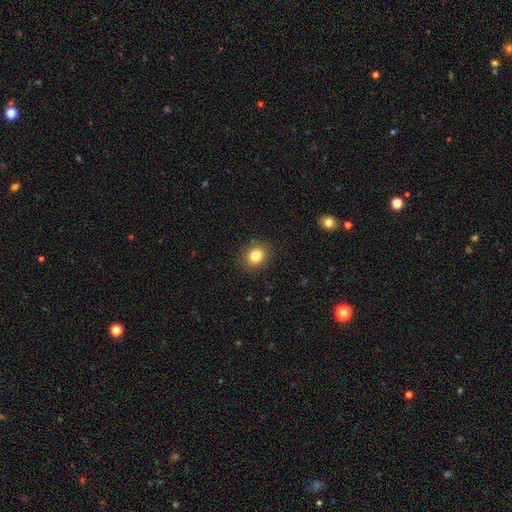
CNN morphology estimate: Overall: smooth (83%). How rounded: round (69%; in between 30%). Merging: none (87%).